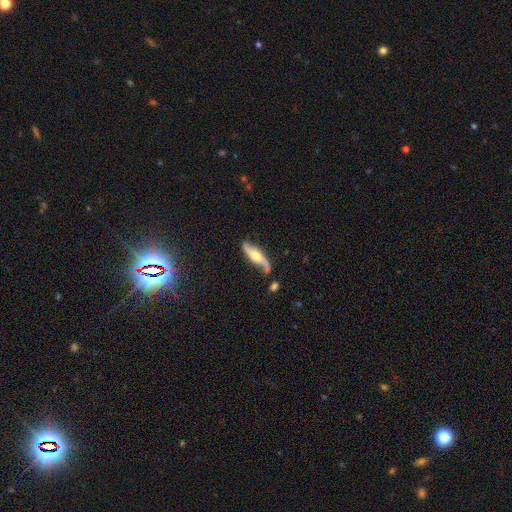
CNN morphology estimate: Smooth or featured?
  - featured or disk: 69% *
  - smooth: 25%
  - star or artifact: 6%
Edge-on disk?
  - no: 64% *
  - yes: 36%
Merging?
  - none: 67% *
  - minor disturbance: 21%
  - major disturbance: 7%
  - merger: 5%